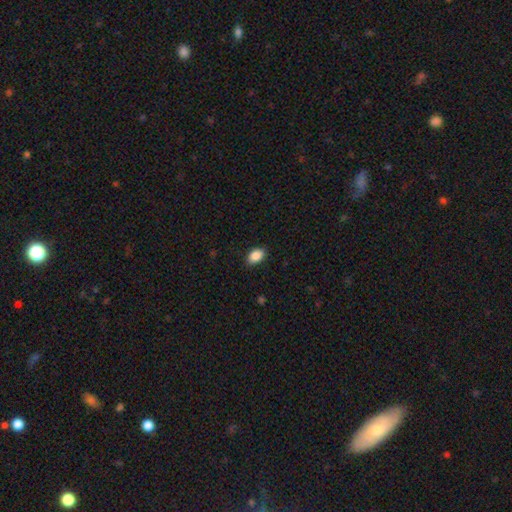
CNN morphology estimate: Q: Smooth or featured?
A: smooth (88%); runner-up: star or artifact (8%)
Q: How rounded?
A: in between (88%); runner-up: round (11%)
Q: Merging?
A: none (87%); runner-up: minor disturbance (10%)